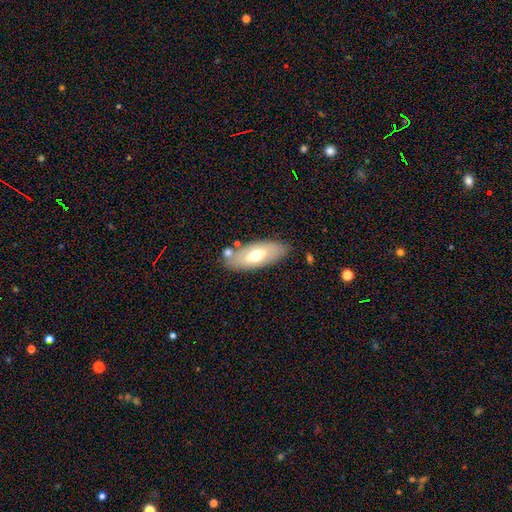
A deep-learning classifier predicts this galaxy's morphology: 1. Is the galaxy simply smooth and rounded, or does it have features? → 52% smooth, 42% featured or disk, 6% star or artifact.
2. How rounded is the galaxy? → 82% in between, 16% cigar-shaped, 3% round.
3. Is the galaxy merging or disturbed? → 74% none, 14% minor disturbance, 7% merger, 4% major disturbance.